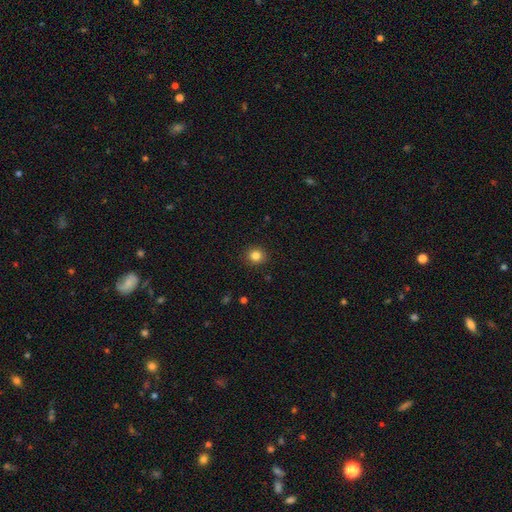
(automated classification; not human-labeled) This is clearly a smooth galaxy (84%). How rounded: clearly round (87%). Merging: clearly none (91%).